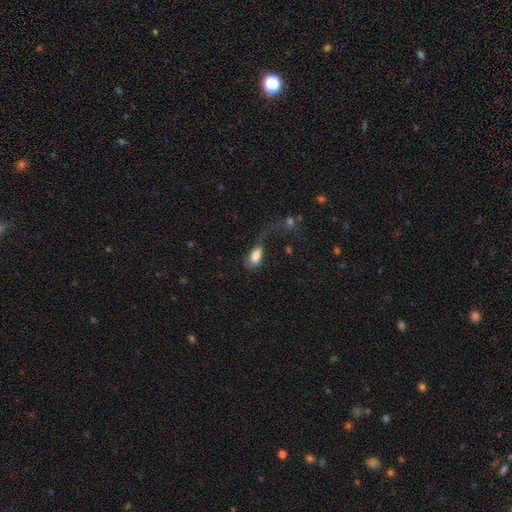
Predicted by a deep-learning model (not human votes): smooth 79%, featured or disk 14%, star or artifact 7%. Down the decision tree: how rounded — in between (89%); merging — major disturbance (53%).